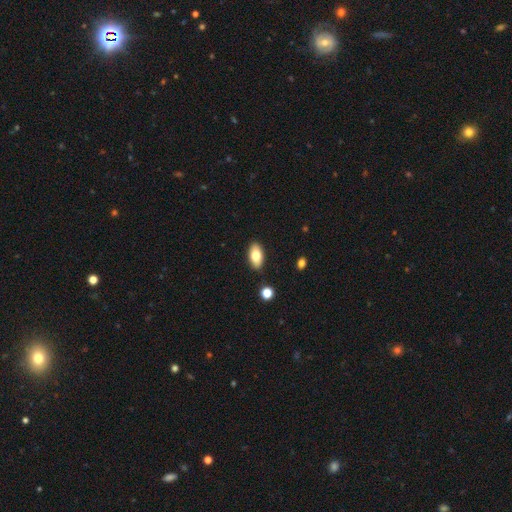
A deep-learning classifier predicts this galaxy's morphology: smooth 77%, featured or disk 16%, star or artifact 7%. Down the decision tree: how rounded — in between (92%); merging — none (87%).